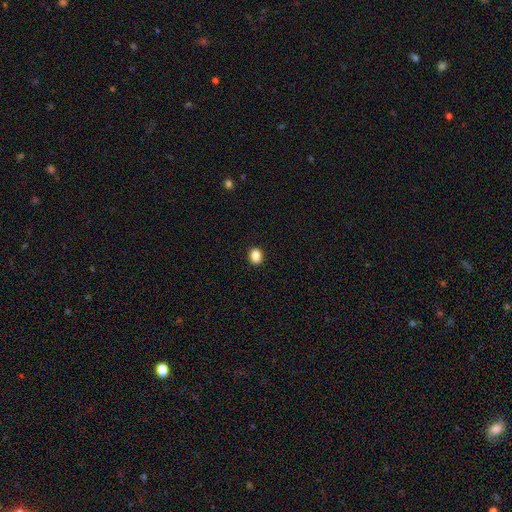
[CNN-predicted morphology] Smooth or featured?
  - smooth: 88% *
  - star or artifact: 9%
  - featured or disk: 3%
How rounded?
  - in between: 51% *
  - round: 48%
  - cigar-shaped: 1%
Merging?
  - none: 92% *
  - minor disturbance: 6%
  - major disturbance: 2%
  - merger: 1%